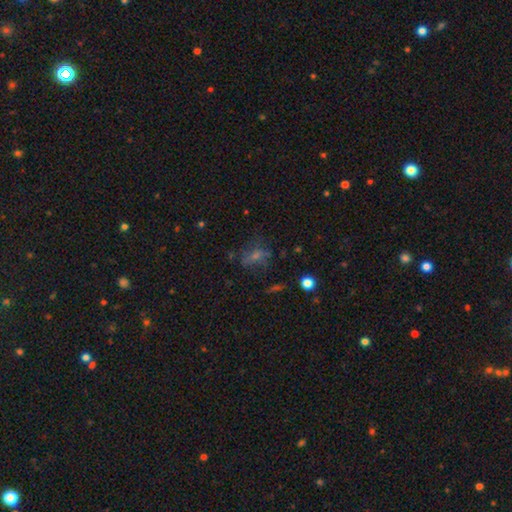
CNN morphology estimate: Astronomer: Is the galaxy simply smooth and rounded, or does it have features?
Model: smooth — 36% (runner-up: featured or disk, 32%).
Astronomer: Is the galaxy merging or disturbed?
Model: none — 59%.